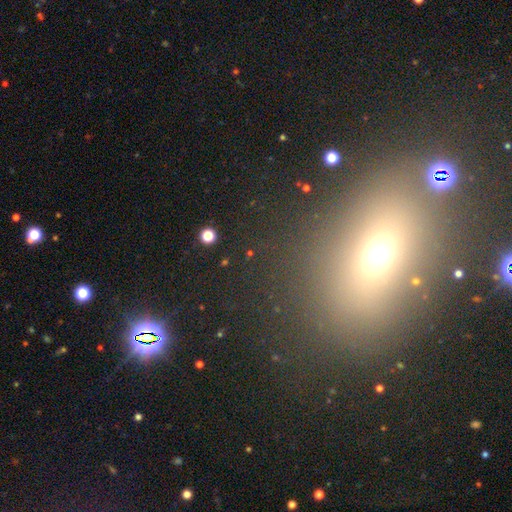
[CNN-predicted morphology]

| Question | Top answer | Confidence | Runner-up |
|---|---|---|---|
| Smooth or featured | smooth | 54% | star or artifact (33%) |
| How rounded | in between | 62% | round (33%) |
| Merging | none | 79% | minor disturbance (11%) |